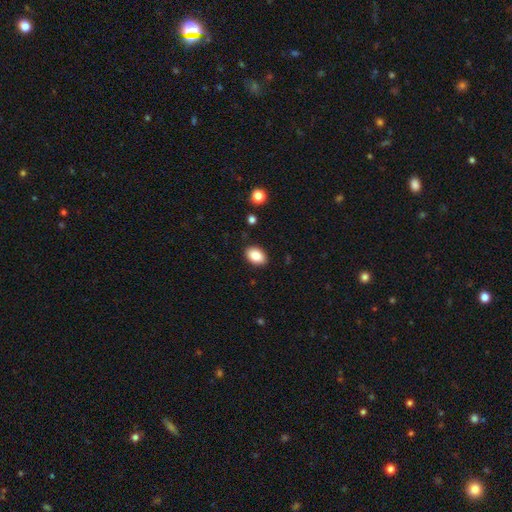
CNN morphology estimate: This is clearly a smooth galaxy (85%). How rounded: clearly in between (82%). Merging: clearly none (89%).